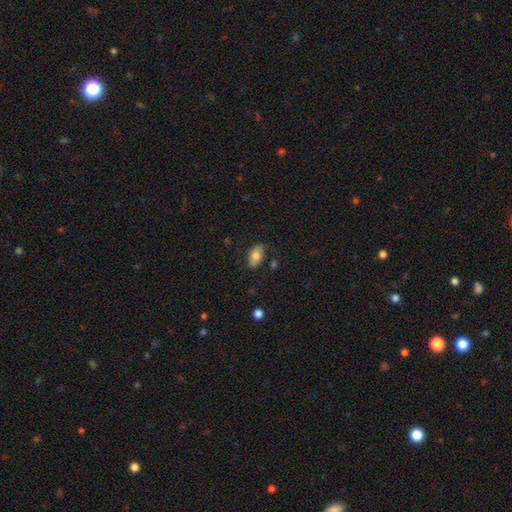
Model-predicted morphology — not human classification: Overall: smooth (75%). How rounded: in between (89%). Merging: none (77%).